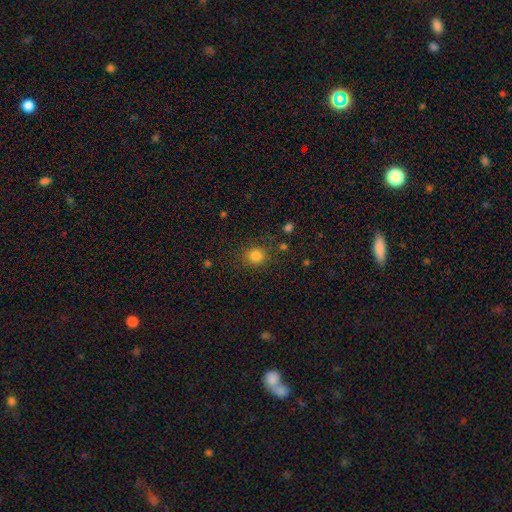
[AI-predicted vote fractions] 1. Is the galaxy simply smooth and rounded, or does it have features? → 82% smooth, 13% star or artifact, 5% featured or disk.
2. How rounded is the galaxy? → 81% round, 18% in between, 1% cigar-shaped.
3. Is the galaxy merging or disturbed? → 82% none, 11% minor disturbance, 4% major disturbance, 3% merger.